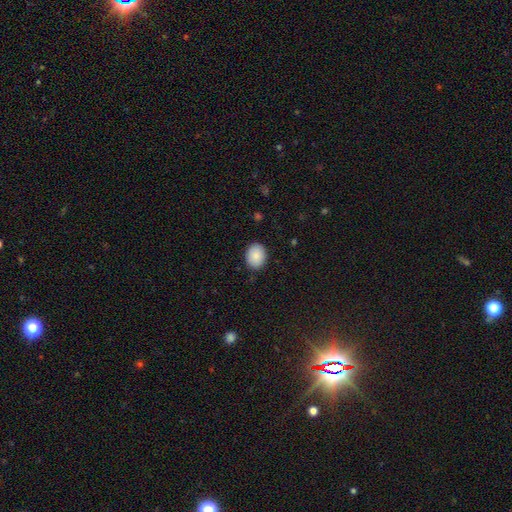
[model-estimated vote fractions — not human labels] Smooth or featured? smooth (89%)
How rounded? in between (62%)
Merging? none (87%)